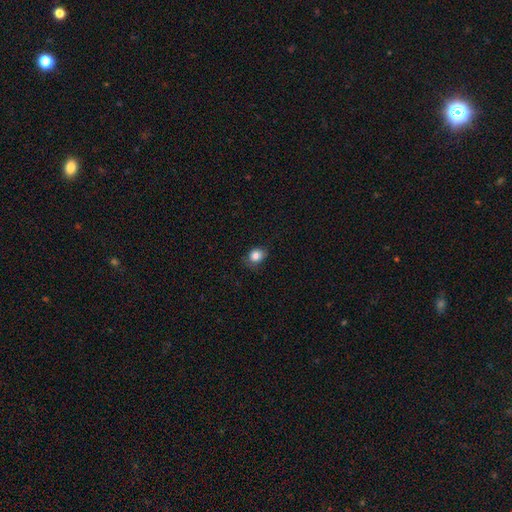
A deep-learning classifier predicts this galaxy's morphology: smooth-or-featured: smooth: 84% | star or artifact: 10% | featured or disk: 6%
  how-rounded: round: 56% | in between: 43% | cigar-shaped: 1%
  merging: none: 71% | minor disturbance: 23% | major disturbance: 5% | merger: 1%